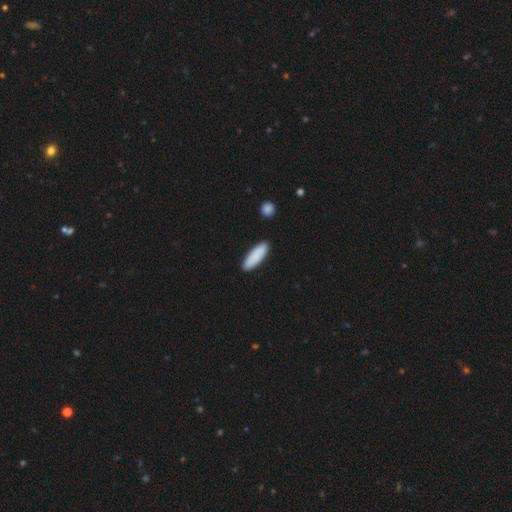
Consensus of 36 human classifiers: This appears to be a smooth galaxy with no disk features (94%) that is in between round and cigar-shaped (62%). Merging: none (94%).